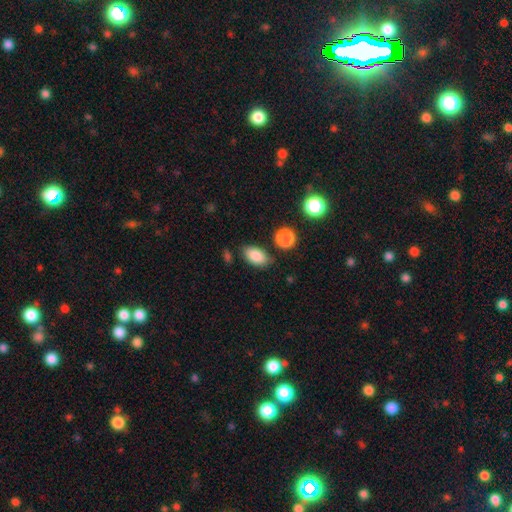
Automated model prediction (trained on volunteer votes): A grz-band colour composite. It shows a smooth galaxy with no disk features (86%) that is in between round and cigar-shaped (90%). Merging: none (78%).